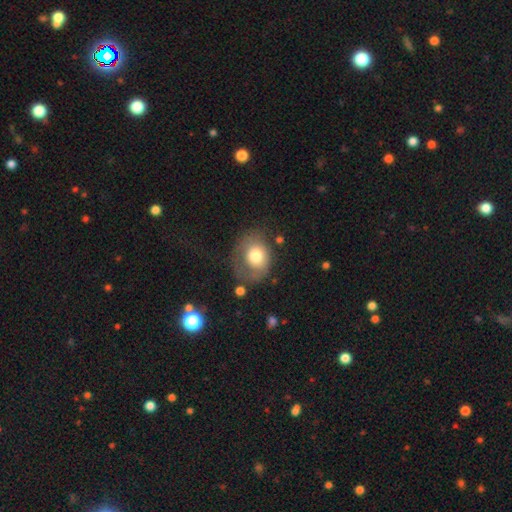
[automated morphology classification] type=smooth (67%); roundness=round (58%); merging=none (44%).